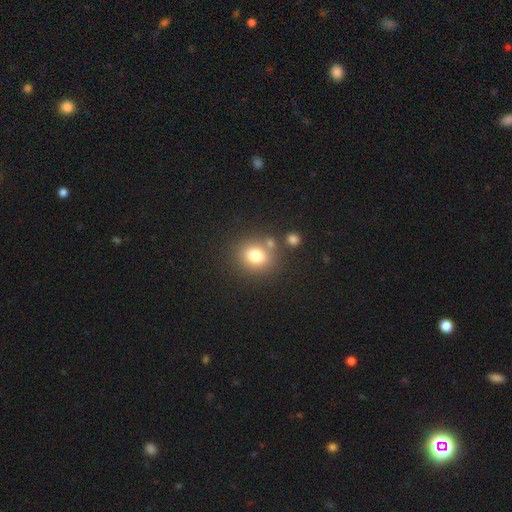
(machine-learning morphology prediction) Smooth or featured? Predicted: smooth (p=0.77). How rounded? Predicted: round (p=0.66). Merging? Predicted: none (p=0.70).